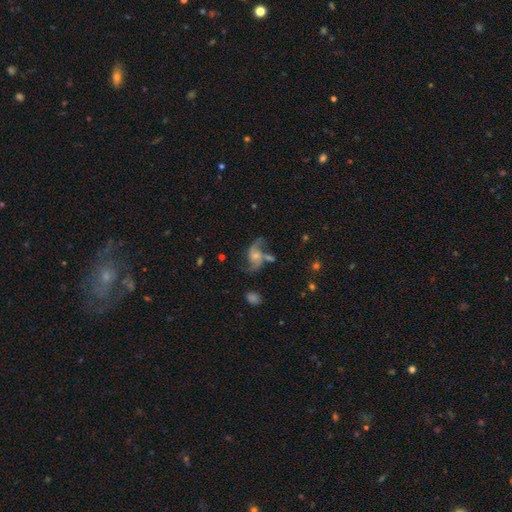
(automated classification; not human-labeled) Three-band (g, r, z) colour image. It shows a featured or disk galaxy (82%) with no bar (62%), 2 (90%) loose (74%) spiral arms (95%) and a small central bulge (47%). Merging: none (52%).